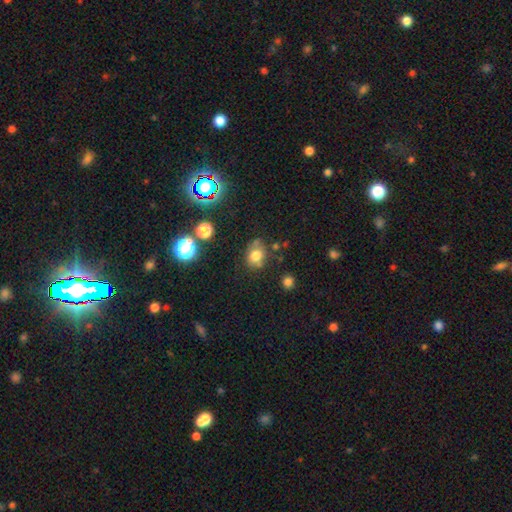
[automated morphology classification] A smooth galaxy with no disk features (73%) that is round (52%).

Vote fractions:
- Smooth or featured? smooth: 73% / star or artifact: 16% / featured or disk: 12%
- How rounded? round: 52% / in between: 47% / cigar-shaped: 1%
- Merging? none: 63% / minor disturbance: 22% / merger: 7% / major disturbance: 7%